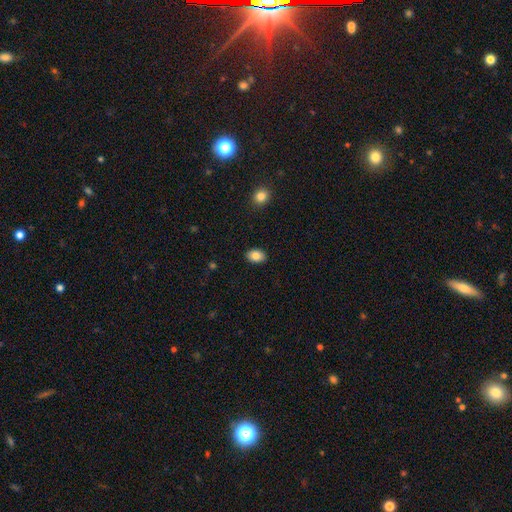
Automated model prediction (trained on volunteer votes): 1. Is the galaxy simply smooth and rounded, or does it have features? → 85% smooth, 8% star or artifact, 7% featured or disk.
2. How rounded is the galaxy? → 84% in between, 15% round, 1% cigar-shaped.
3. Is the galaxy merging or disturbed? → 89% none, 8% minor disturbance, 2% major disturbance, 1% merger.